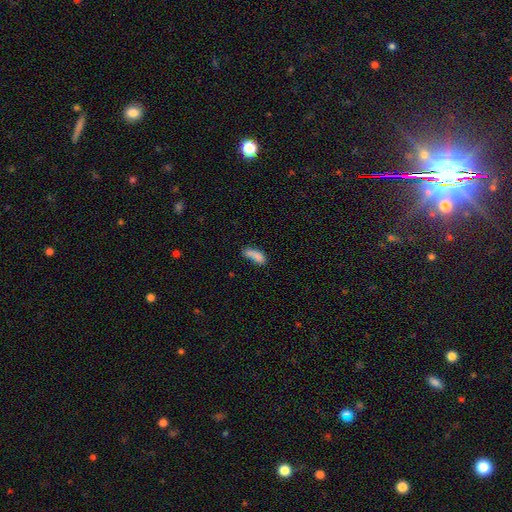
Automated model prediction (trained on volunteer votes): smooth_or_featured: smooth (p=0.80) [alt: featured or disk p=0.11]
how_rounded: in between (p=0.68) [alt: cigar-shaped p=0.29]
merging: none (p=0.41) [alt: minor disturbance p=0.25]